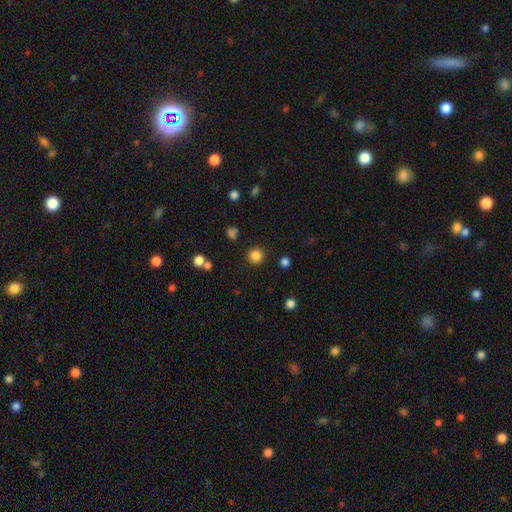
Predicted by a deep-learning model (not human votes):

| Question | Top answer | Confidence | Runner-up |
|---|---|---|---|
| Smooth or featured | smooth | 84% | star or artifact (12%) |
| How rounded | round | 94% | in between (5%) |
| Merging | none | 89% | minor disturbance (6%) |